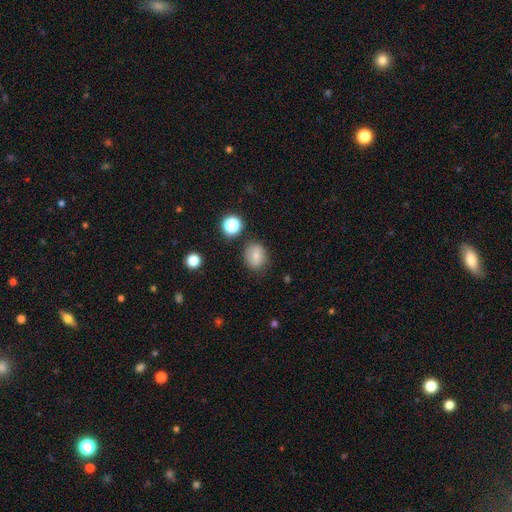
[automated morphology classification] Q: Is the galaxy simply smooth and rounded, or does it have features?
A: smooth — 77%.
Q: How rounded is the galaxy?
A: round — 63%.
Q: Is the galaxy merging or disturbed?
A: none — 79%.